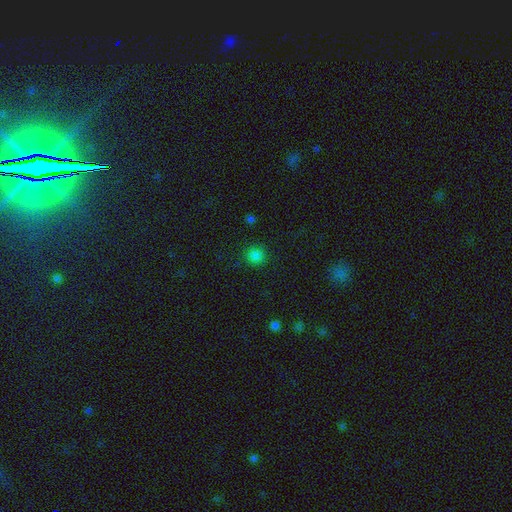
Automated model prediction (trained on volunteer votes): Smooth or featured: smooth — 82% (star or artifact — 15%)
How rounded: round — 94% (in between — 5%)
Merging: none — 90% (minor disturbance — 7%)